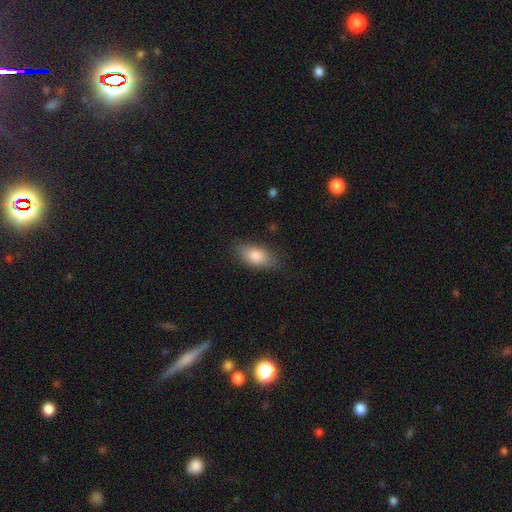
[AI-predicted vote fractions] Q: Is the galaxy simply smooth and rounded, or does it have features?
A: smooth — 83%.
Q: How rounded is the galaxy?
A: in between — 88%.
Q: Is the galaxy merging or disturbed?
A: none — 81%.